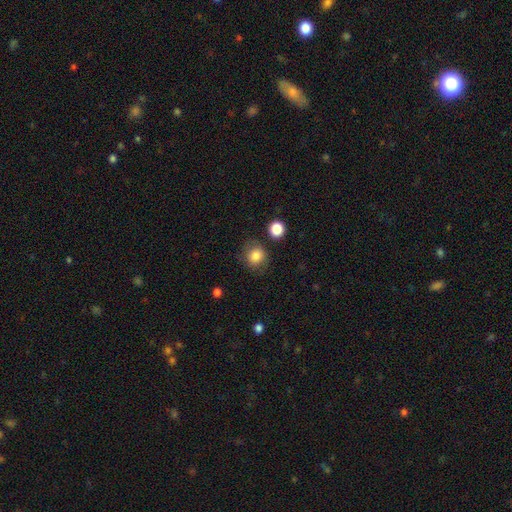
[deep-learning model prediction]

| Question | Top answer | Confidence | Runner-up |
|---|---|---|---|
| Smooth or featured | smooth | 82% | star or artifact (9%) |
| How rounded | round | 80% | in between (19%) |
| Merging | none | 77% | minor disturbance (15%) |